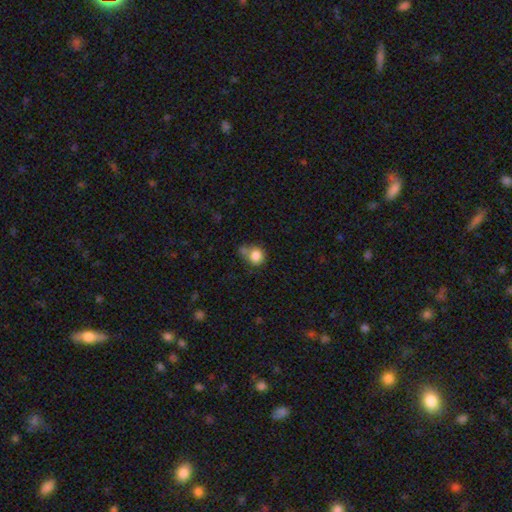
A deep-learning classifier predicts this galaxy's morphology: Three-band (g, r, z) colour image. It shows a smooth galaxy with no disk features (83%) that is round (82%). Merging: none (49%).